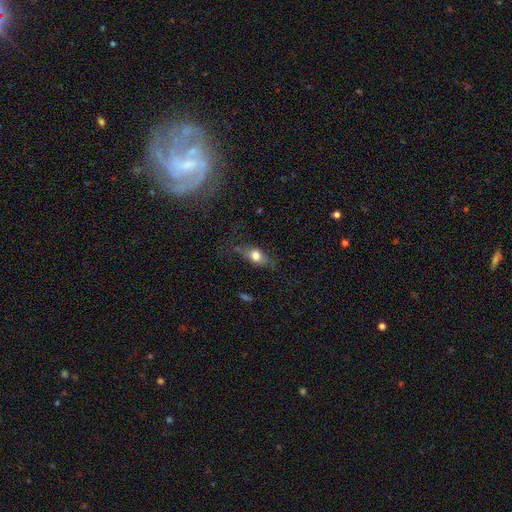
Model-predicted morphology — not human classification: smooth_or_featured: smooth (p=0.70) [alt: featured or disk p=0.20]
how_rounded: in between (p=0.69) [alt: cigar-shaped p=0.15]
merging: none (p=0.60) [alt: minor disturbance p=0.25]